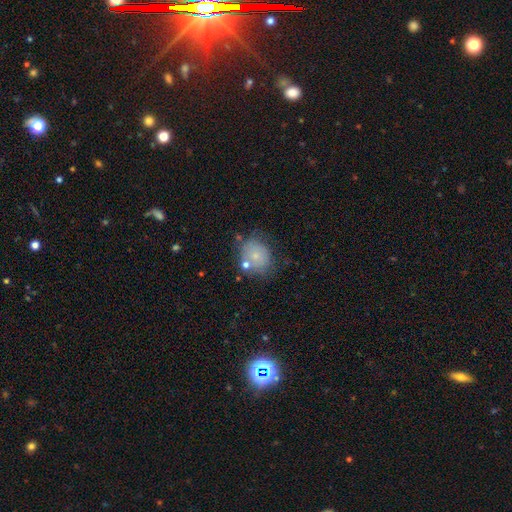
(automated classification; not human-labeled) Smooth or featured? smooth (67%)
How rounded? round (69%)
Merging? none (60%)